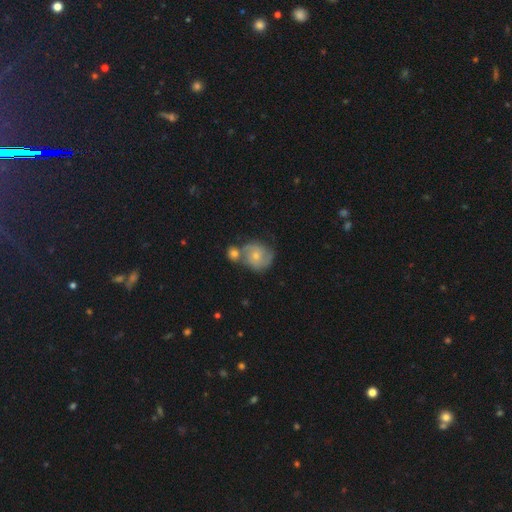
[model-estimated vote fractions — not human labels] A featured or disk galaxy (52%) with no bar (75%), spiral arms (79%) and a small central bulge (65%).

Vote fractions:
- Smooth or featured? featured or disk: 52% / smooth: 40% / star or artifact: 8%
- Edge-on disk? no: 97% / yes: 3%
- Bar? no: 75% / weak: 21% / strong: 4%
- Spiral arms? yes: 79% / no: 21%
- Bulge size? small: 65% / moderate: 30% / none: 2% / large: 2% / dominant: 1%
- Merging? none: 40% / merger: 39% / minor disturbance: 16% / major disturbance: 6%